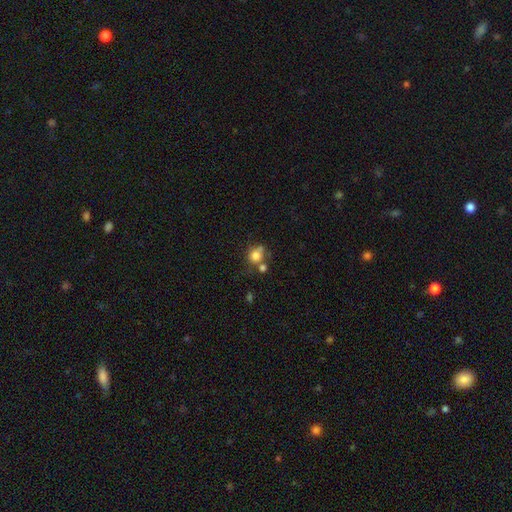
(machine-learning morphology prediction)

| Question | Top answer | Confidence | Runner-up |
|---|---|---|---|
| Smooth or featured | smooth | 76% | featured or disk (12%) |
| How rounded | round | 68% | in between (31%) |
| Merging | none | 44% | merger (25%) |